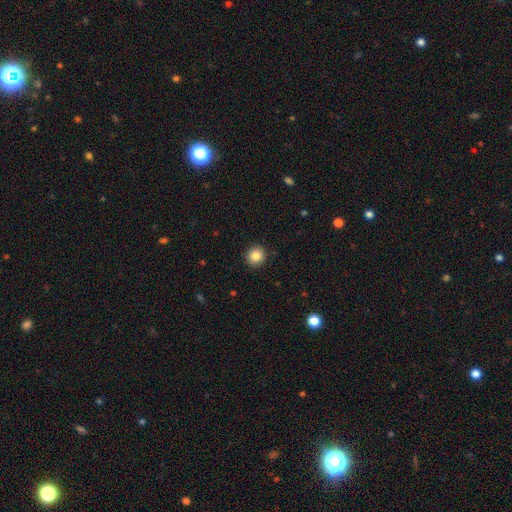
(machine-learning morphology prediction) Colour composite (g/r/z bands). It shows a smooth galaxy with no disk features (85%) that is round (92%). Merging: none (92%).